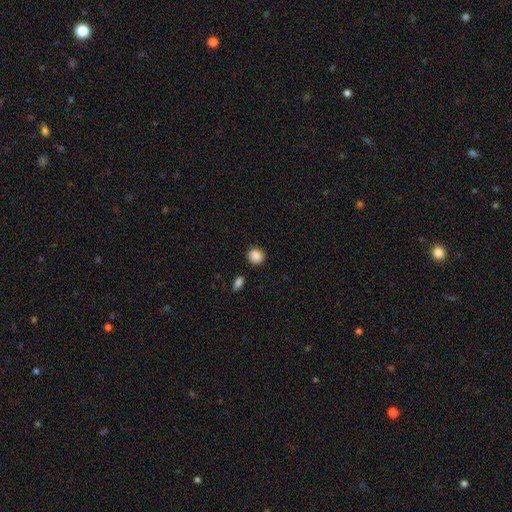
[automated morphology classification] Smooth or featured? Predicted: smooth (p=0.88). How rounded? Predicted: round (p=0.85). Merging? Predicted: none (p=0.87).